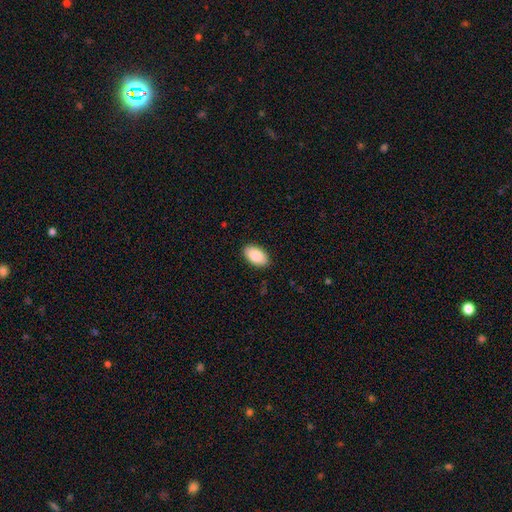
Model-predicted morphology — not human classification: Smooth or featured?
  - smooth: 89% *
  - star or artifact: 6%
  - featured or disk: 5%
How rounded?
  - in between: 95% *
  - round: 3%
  - cigar-shaped: 1%
Merging?
  - none: 90% *
  - minor disturbance: 8%
  - major disturbance: 2%
  - merger: 1%